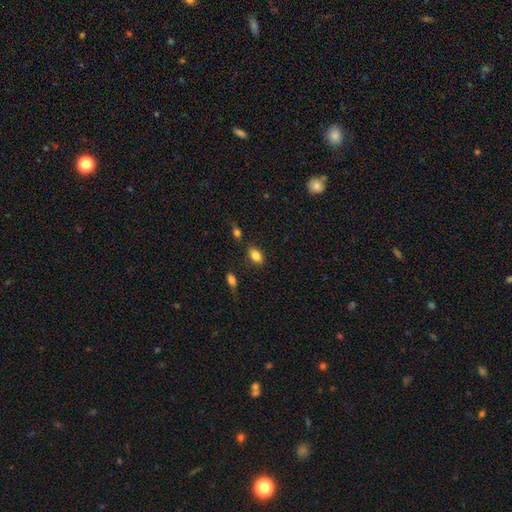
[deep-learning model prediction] smooth 82%, star or artifact 9%, featured or disk 9%. Down the decision tree: how rounded — in between (87%); merging — none (78%).